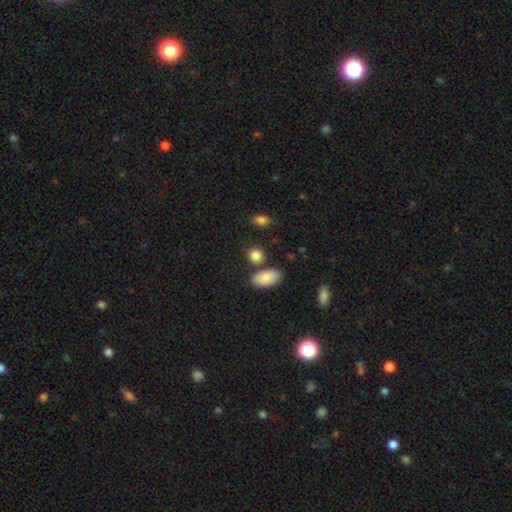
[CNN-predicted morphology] Smooth or featured: smooth — 86% (star or artifact — 9%)
How rounded: round — 60% (in between — 38%)
Merging: none — 73% (merger — 13%)